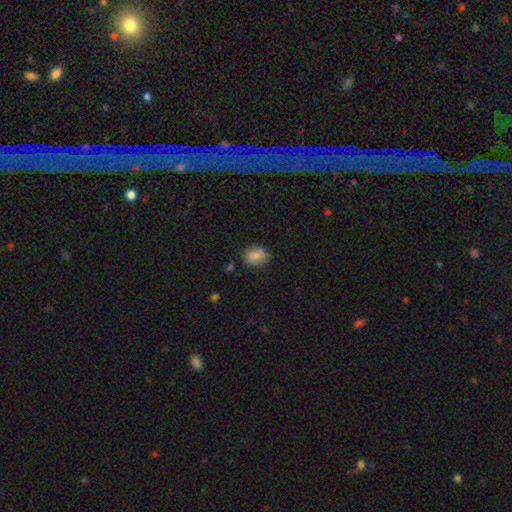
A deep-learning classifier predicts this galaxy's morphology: A smooth galaxy with no disk features (82%) that is in between round and cigar-shaped (66%). Merging: none (79%).